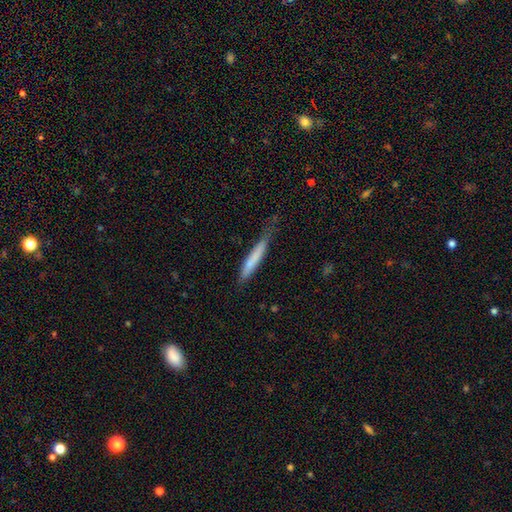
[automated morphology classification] The model was most divided on "merging": none: 62%, minor disturbance: 29%, major disturbance: 7%, merger: 2%. More confident: how rounded — cigar-shaped (94%); smooth or featured — smooth (69%).